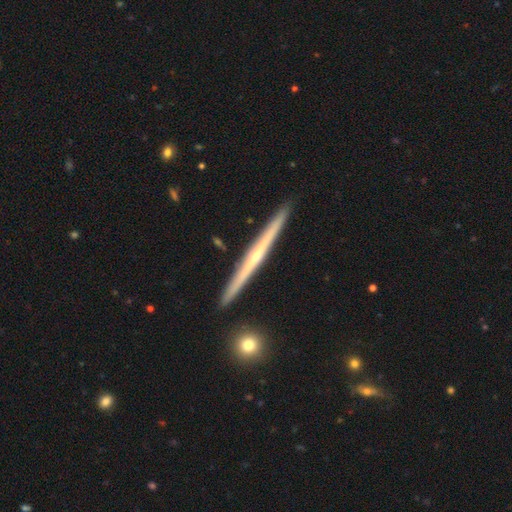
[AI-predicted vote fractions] Q: Smooth or featured?
A: featured or disk (79%); runner-up: smooth (16%)
Q: Edge-on disk?
A: yes (98%); runner-up: no (2%)
Q: Edge-on bulge?
A: rounded (64%); runner-up: none (33%)
Q: Merging?
A: none (92%); runner-up: minor disturbance (5%)